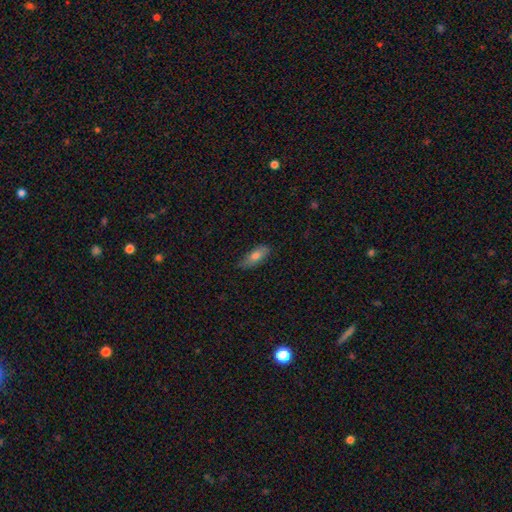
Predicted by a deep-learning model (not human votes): This is likely a smooth galaxy (72%). How rounded: likely in between (71%). Merging: likely none (76%).